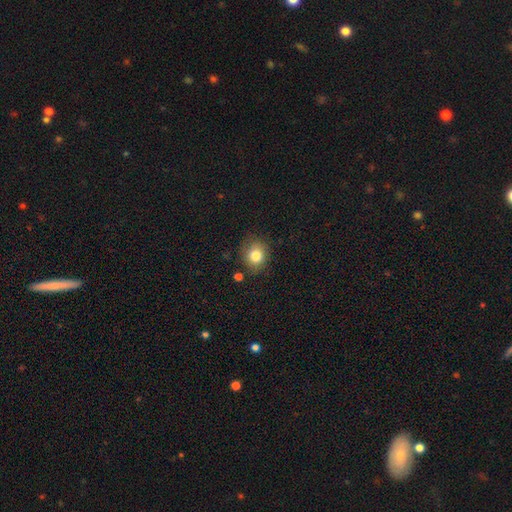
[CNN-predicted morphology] Smooth or featured: smooth — 81% (star or artifact — 10%)
How rounded: round — 73% (in between — 26%)
Merging: none — 80% (minor disturbance — 14%)